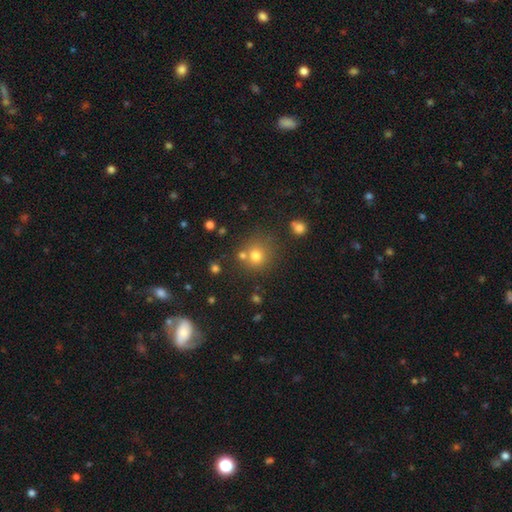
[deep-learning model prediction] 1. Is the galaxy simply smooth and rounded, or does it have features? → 73% smooth, 17% star or artifact, 10% featured or disk.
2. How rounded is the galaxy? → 88% round, 11% in between, 1% cigar-shaped.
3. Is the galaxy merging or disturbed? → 67% none, 17% merger, 11% minor disturbance, 4% major disturbance.